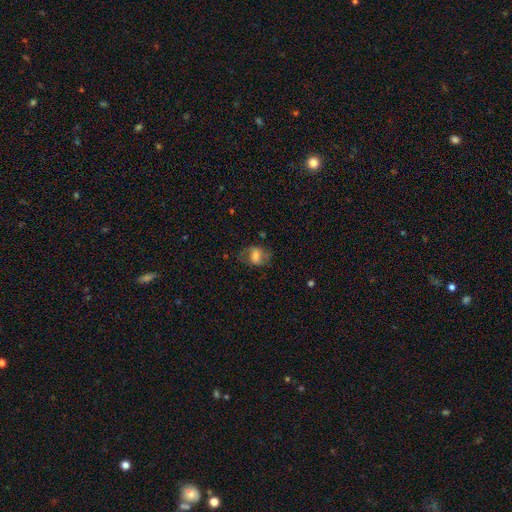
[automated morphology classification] Q: Smooth or featured?
A: smooth (52%); runner-up: featured or disk (39%)
Q: How rounded?
A: in between (70%); runner-up: round (28%)
Q: Merging?
A: none (59%); runner-up: minor disturbance (22%)